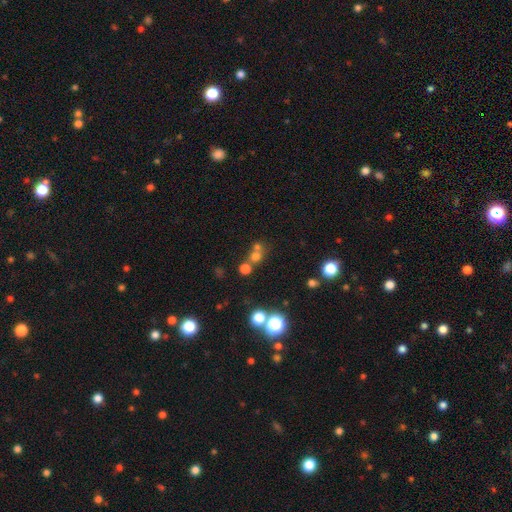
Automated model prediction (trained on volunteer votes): This is likely a smooth galaxy (63%). How rounded: clearly round (85%). Merging: possibly none (50%).